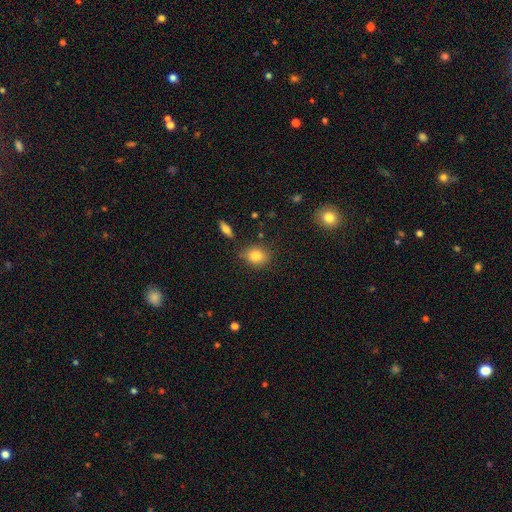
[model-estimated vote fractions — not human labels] Morphology: type=smooth (82%); roundness=round (52%); merging=none (78%).